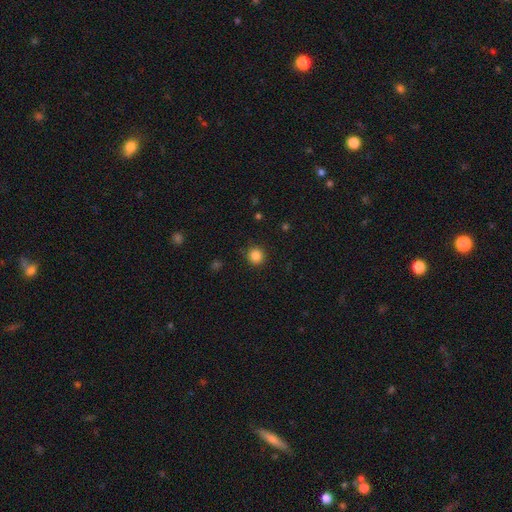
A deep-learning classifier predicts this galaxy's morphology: Overall: smooth (85%). How rounded: round (94%). Merging: none (90%).